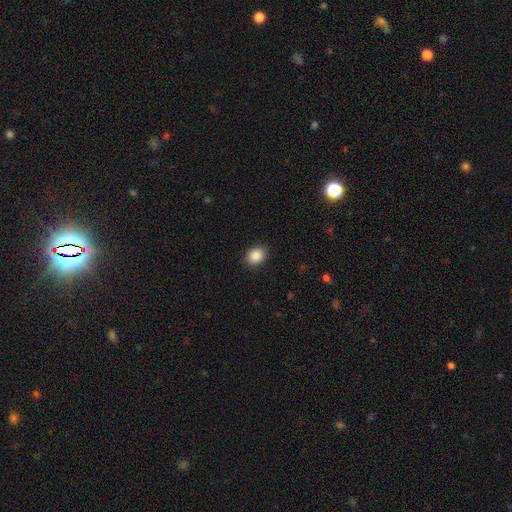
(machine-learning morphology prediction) This appears to be a smooth galaxy with no disk features (89%) that is round (50%). Merging: none (90%).